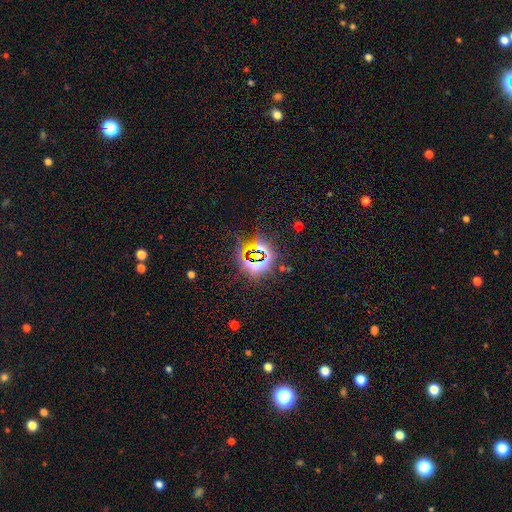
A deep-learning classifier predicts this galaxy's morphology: Smooth or featured? star or artifact (79%)